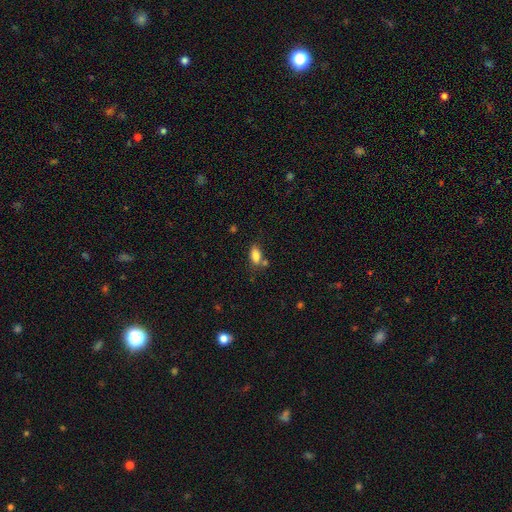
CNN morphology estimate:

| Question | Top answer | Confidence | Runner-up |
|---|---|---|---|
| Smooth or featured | smooth | 83% | star or artifact (9%) |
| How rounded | in between | 88% | cigar-shaped (7%) |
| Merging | none | 62% | merger (17%) |